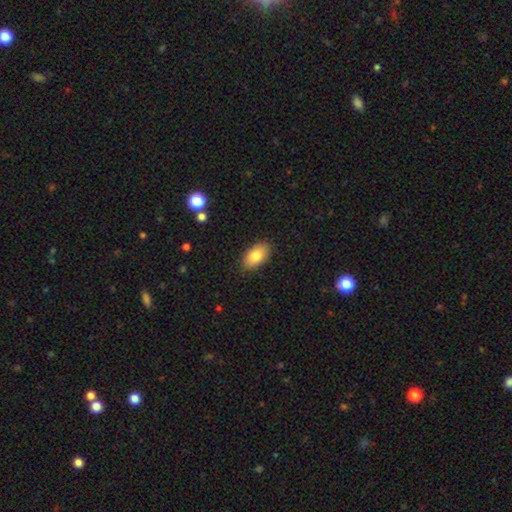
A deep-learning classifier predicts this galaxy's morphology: Smooth or featured? Predicted: smooth (p=0.82). How rounded? Predicted: in between (p=0.93). Merging? Predicted: none (p=0.87).